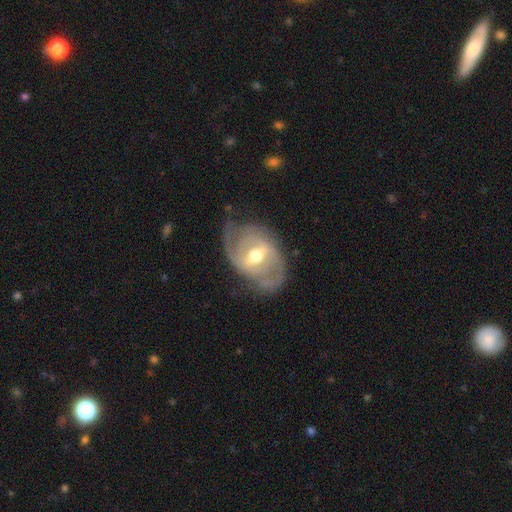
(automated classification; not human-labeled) The model was most divided on "spiral winding": medium: 42%, tight: 40%, loose: 19%. Remaining: edge-on disk — no (95%); spiral arms — yes (87%); smooth or featured — featured or disk (84%); bulge size — moderate (75%); spiral arm count — 2 (71%); merging — none (66%); bar — weak (47%).